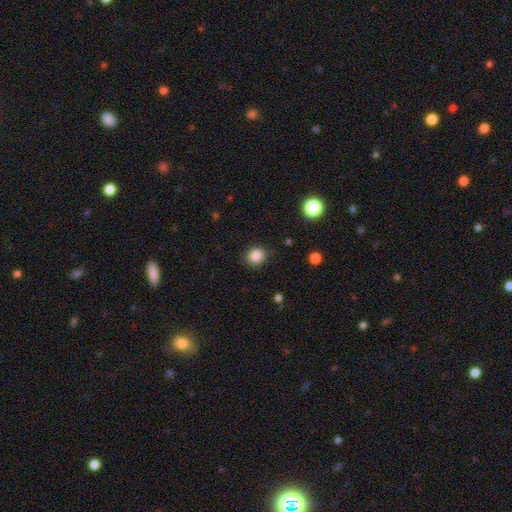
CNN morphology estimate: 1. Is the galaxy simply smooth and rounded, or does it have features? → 85% smooth, 10% star or artifact, 4% featured or disk.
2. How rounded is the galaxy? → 79% round, 20% in between, 1% cigar-shaped.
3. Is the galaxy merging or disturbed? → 85% none, 11% minor disturbance, 3% major disturbance, 1% merger.